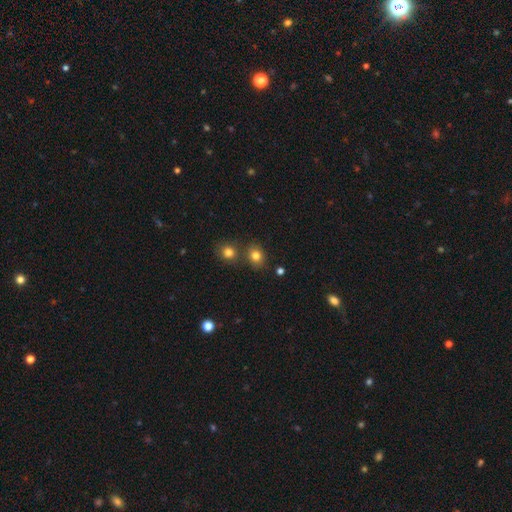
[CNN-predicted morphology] Overall: smooth (79%). How rounded: round (68%; in between 31%). Merging: none (71%).